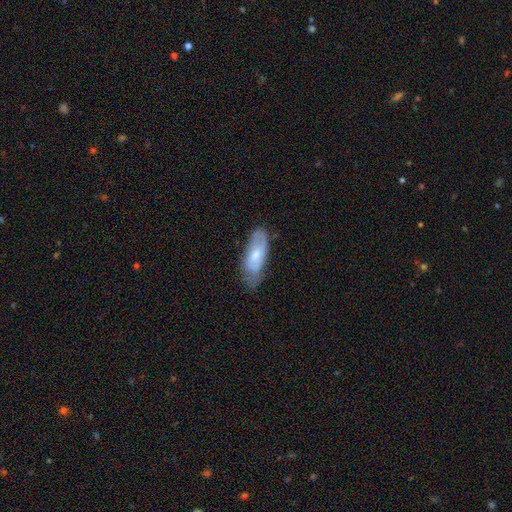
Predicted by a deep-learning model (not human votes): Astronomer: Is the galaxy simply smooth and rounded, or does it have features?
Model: smooth — 58% (runner-up: featured or disk, 36%).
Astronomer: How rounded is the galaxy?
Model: in between — 77%.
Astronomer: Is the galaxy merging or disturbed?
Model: none — 58%.